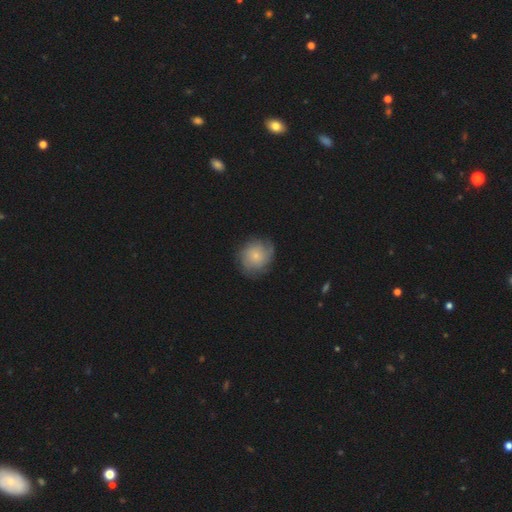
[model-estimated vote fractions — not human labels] Q: Smooth or featured?
A: smooth (59%); runner-up: featured or disk (33%)
Q: How rounded?
A: round (81%); runner-up: in between (18%)
Q: Merging?
A: none (72%); runner-up: minor disturbance (19%)